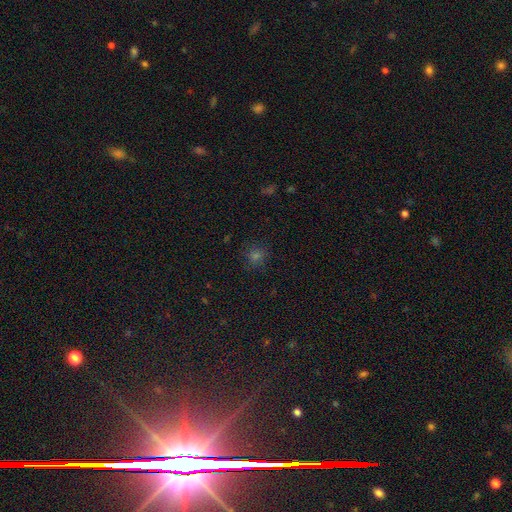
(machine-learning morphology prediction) type=smooth (62%); roundness=round (89%); merging=none (87%).